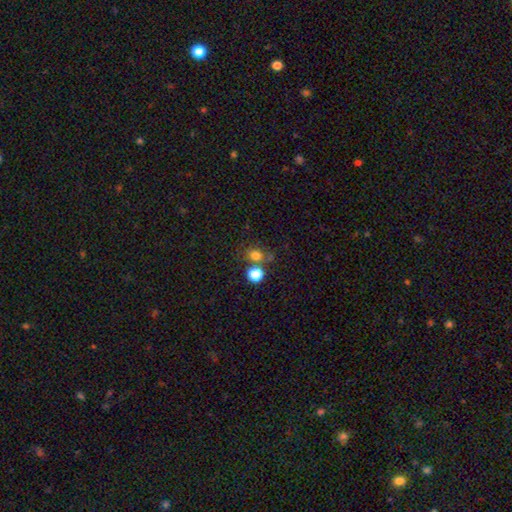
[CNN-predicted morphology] This is likely a smooth galaxy (75%). How rounded: likely round (67%). Merging: possibly none (59%).